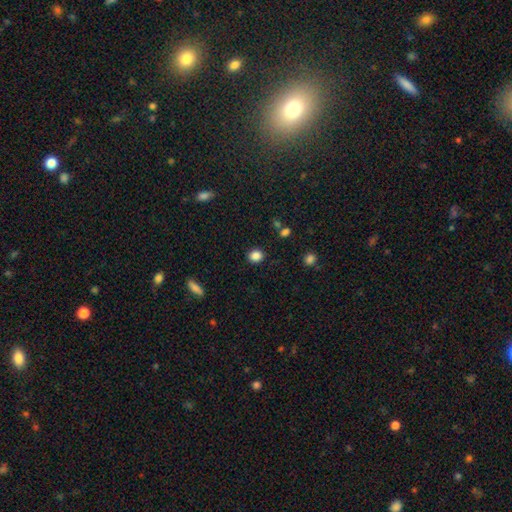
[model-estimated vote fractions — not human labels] Smooth or featured?
  - smooth: 85% *
  - star or artifact: 11%
  - featured or disk: 4%
How rounded?
  - round: 74% *
  - in between: 25%
  - cigar-shaped: 1%
Merging?
  - none: 88% *
  - minor disturbance: 8%
  - major disturbance: 2%
  - merger: 2%